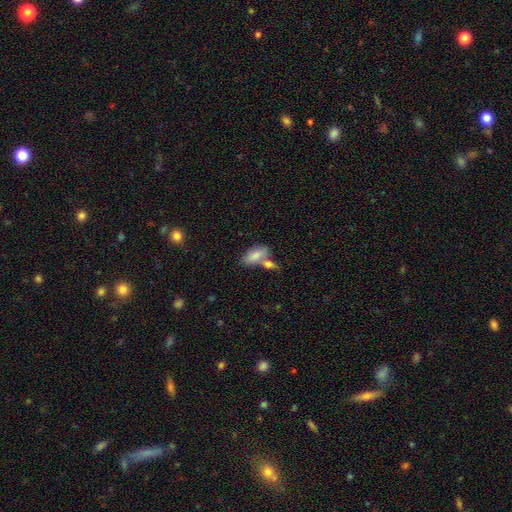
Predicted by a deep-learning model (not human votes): This appears to be a smooth galaxy with no disk features (80%) that is in between round and cigar-shaped (88%). Merging: none (41%).